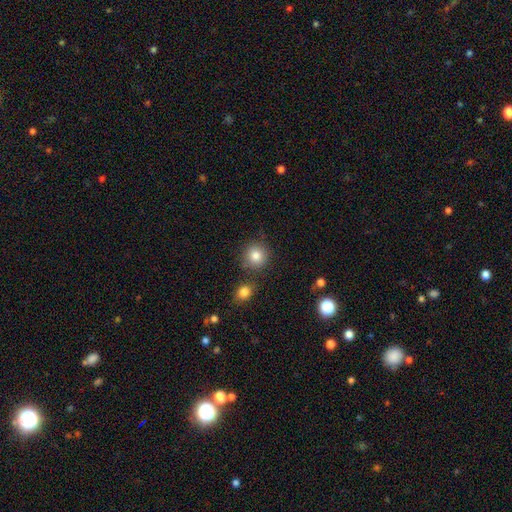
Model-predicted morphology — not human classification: smooth 84%, star or artifact 10%, featured or disk 7%. Down the decision tree: how rounded — round (90%); merging — none (79%).